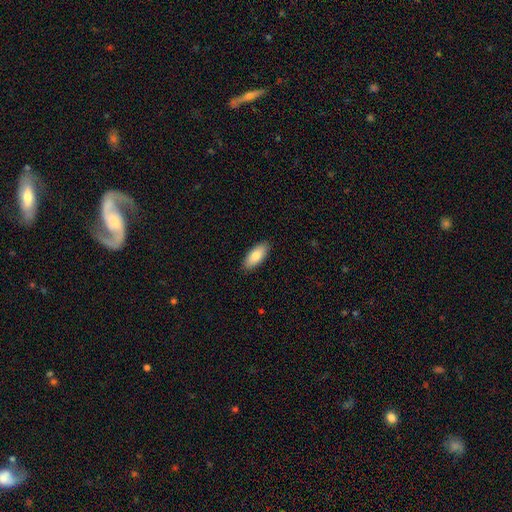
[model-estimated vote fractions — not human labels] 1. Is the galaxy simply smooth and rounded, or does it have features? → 82% smooth, 12% featured or disk, 6% star or artifact.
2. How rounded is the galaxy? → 85% in between, 13% cigar-shaped, 2% round.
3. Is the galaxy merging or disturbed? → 90% none, 8% minor disturbance, 2% major disturbance, 1% merger.